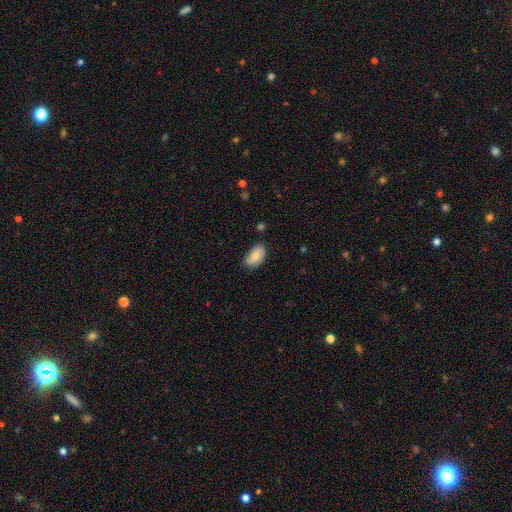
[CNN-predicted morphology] A smooth galaxy with no disk features (80%) that is in between round and cigar-shaped (94%).

Vote fractions:
- Smooth or featured? smooth: 80% / featured or disk: 13% / star or artifact: 7%
- How rounded? in between: 94% / round: 4% / cigar-shaped: 3%
- Merging? none: 64% / minor disturbance: 29% / major disturbance: 5% / merger: 2%